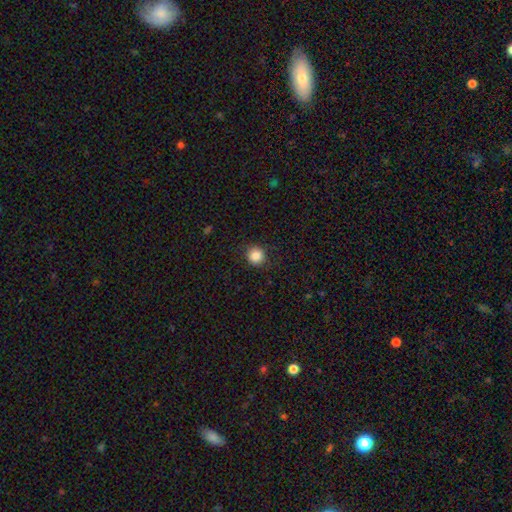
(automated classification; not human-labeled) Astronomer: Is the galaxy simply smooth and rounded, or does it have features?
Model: smooth — 86%.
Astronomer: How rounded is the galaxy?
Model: round — 90%.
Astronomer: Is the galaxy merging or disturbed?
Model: none — 88%.